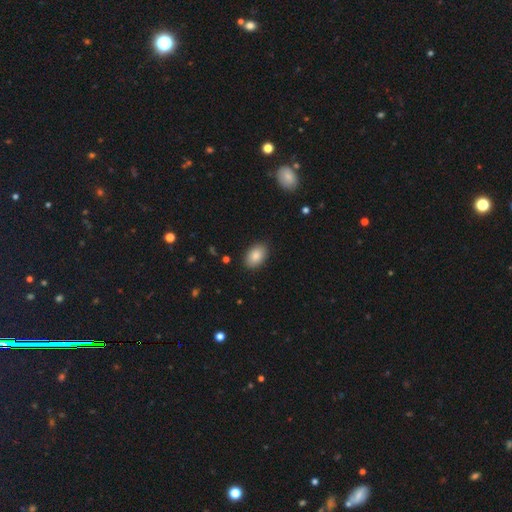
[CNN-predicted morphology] Q: Smooth or featured?
A: smooth (87%); runner-up: star or artifact (7%)
Q: How rounded?
A: in between (89%); runner-up: round (10%)
Q: Merging?
A: none (88%); runner-up: minor disturbance (9%)